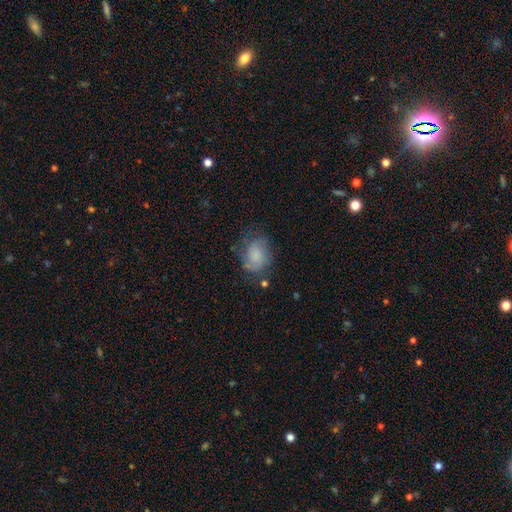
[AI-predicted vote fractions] Smooth or featured: smooth — 58% (featured or disk — 32%)
How rounded: in between — 59% (round — 40%)
Merging: none — 58% (minor disturbance — 26%)